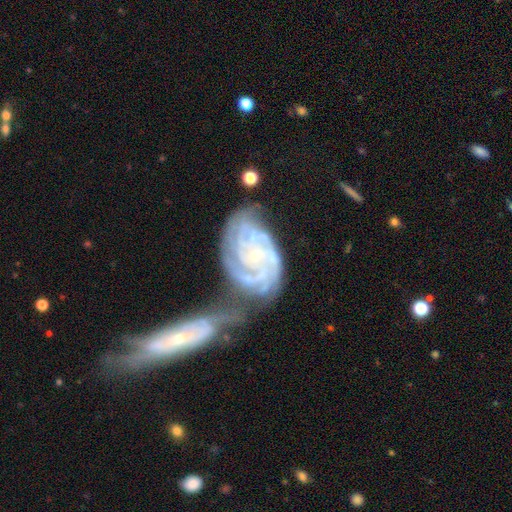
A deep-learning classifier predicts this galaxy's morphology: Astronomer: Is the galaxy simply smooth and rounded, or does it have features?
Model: featured or disk — 90%.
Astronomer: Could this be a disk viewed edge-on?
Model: no — 97%.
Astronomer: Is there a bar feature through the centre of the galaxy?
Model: no — 69%.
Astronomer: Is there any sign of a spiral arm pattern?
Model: yes — 98%.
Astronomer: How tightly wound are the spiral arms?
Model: tight — 77%.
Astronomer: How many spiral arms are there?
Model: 4 — 29% (runner-up: can't tell, 20%).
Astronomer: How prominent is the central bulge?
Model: small — 81%.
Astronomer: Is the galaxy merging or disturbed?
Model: merger — 45% (runner-up: none, 28%).